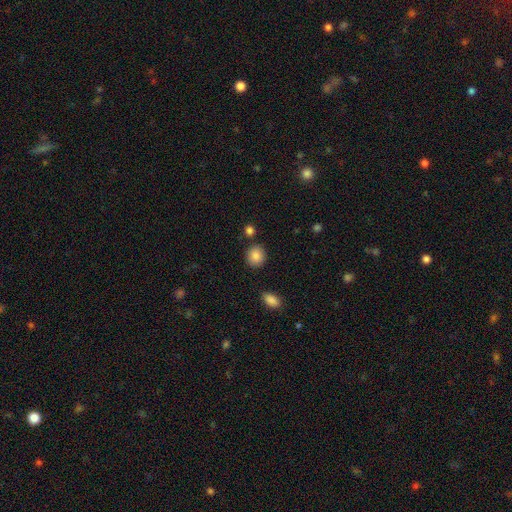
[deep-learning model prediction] smooth 87%, star or artifact 8%, featured or disk 4%. Down the decision tree: how rounded — round (79%); merging — none (85%).